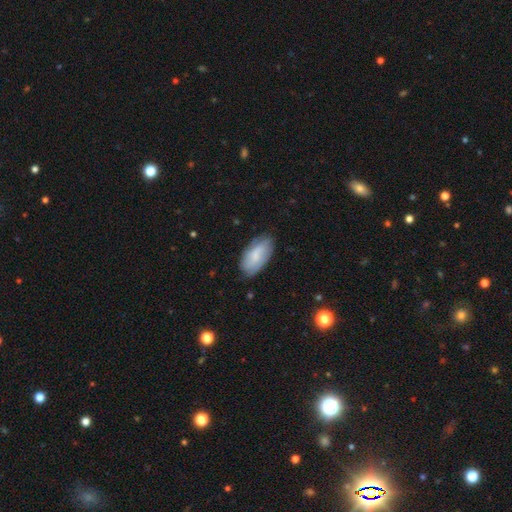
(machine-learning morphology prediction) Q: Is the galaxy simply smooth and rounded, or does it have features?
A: smooth — 61%.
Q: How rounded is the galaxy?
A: in between — 92%.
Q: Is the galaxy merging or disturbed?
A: none — 73%.